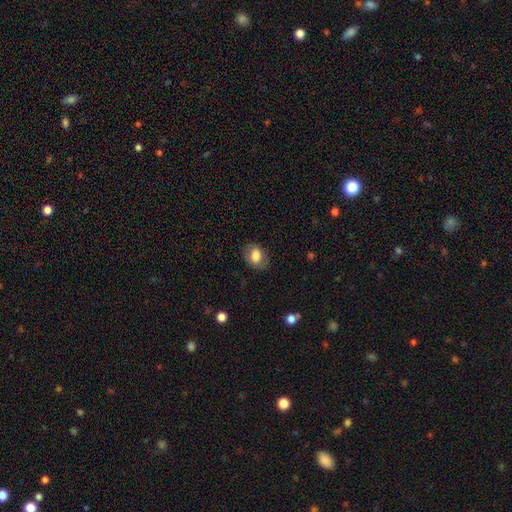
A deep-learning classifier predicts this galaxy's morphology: Q: Smooth or featured?
A: smooth (78%); runner-up: featured or disk (14%)
Q: How rounded?
A: in between (75%); runner-up: round (24%)
Q: Merging?
A: none (77%); runner-up: minor disturbance (16%)